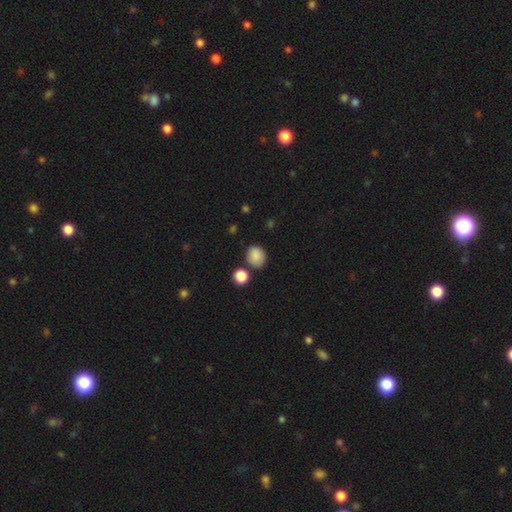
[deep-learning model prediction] This is clearly a smooth galaxy (85%). How rounded: likely round (65%). Merging: likely none (74%).